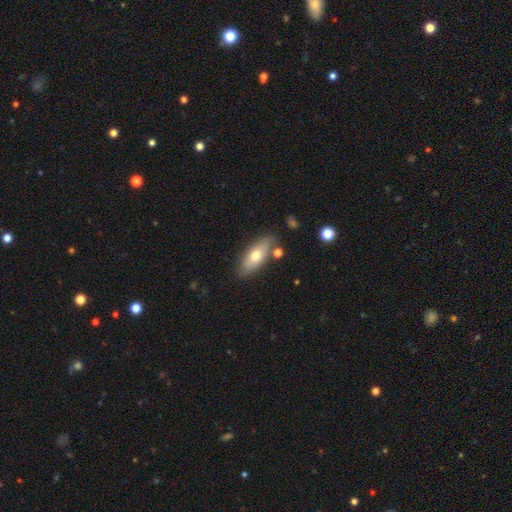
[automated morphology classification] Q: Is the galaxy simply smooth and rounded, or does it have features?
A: smooth — 63%.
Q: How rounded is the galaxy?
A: in between — 75%.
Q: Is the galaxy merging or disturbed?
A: none — 77%.